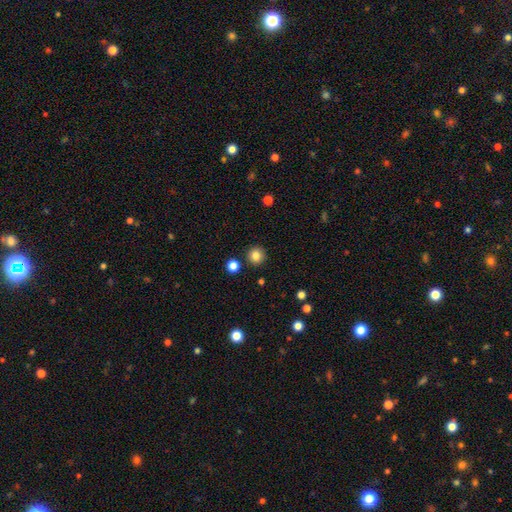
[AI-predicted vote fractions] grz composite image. It shows a smooth galaxy with no disk features (84%) that is round (94%). Merging: none (90%).